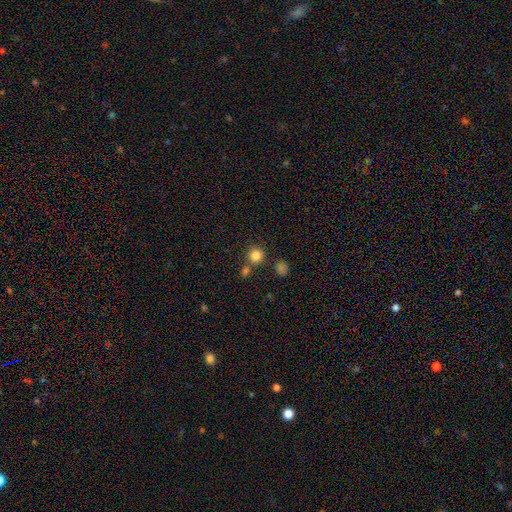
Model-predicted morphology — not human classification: This appears to be a smooth galaxy with no disk features (83%) that is round (90%). Merging: none (73%).